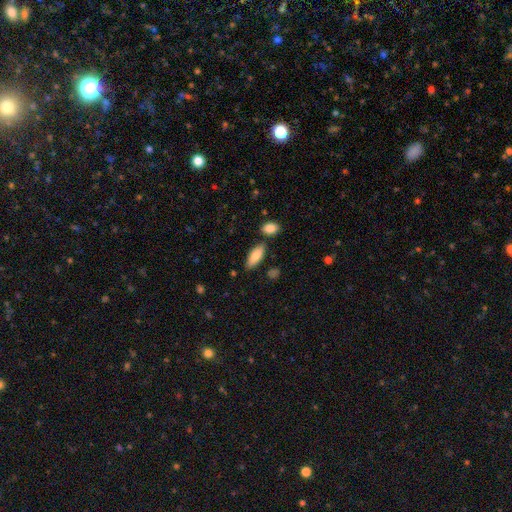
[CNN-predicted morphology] Smooth or featured? Predicted: smooth (p=0.85). How rounded? Predicted: in between (p=0.76). Merging? Predicted: none (p=0.79).